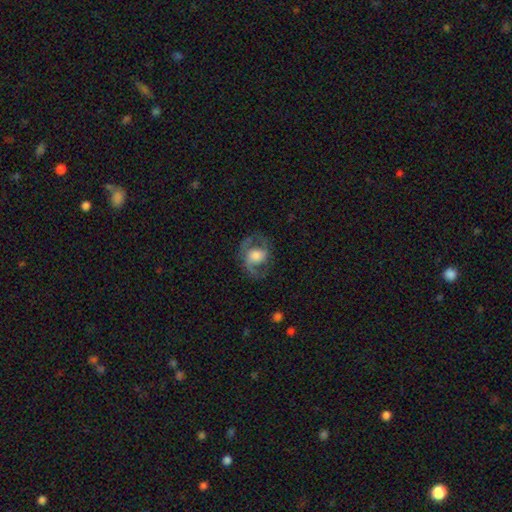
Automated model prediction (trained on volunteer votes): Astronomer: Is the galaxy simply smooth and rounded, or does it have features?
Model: featured or disk — 64%.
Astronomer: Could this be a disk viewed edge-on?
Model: no — 96%.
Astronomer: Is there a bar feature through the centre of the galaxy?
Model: no — 62%.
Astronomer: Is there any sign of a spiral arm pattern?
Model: yes — 76%.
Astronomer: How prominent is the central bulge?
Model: large — 43% (runner-up: moderate, 34%).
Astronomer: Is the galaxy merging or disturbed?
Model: none — 63%.